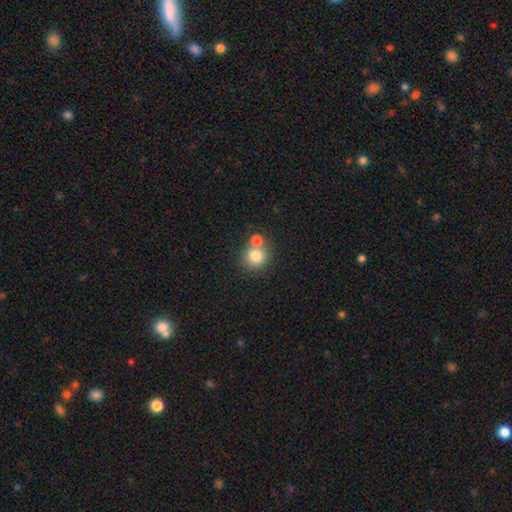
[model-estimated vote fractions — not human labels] Smooth or featured? smooth (80%)
How rounded? round (86%)
Merging? none (55%)